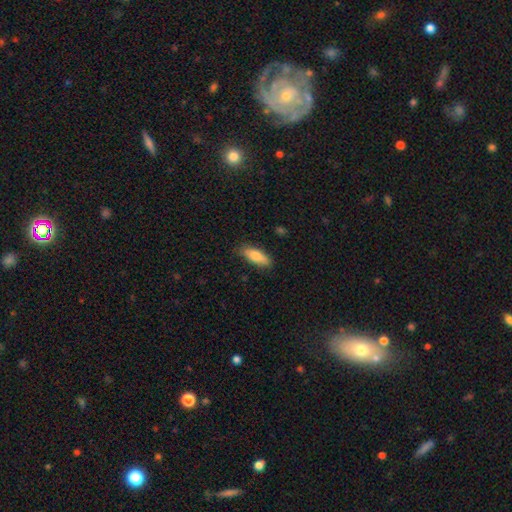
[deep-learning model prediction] smooth_or_featured: smooth (p=0.80) [alt: featured or disk p=0.14]
how_rounded: in between (p=0.62) [alt: cigar-shaped p=0.36]
merging: none (p=0.82) [alt: minor disturbance p=0.15]